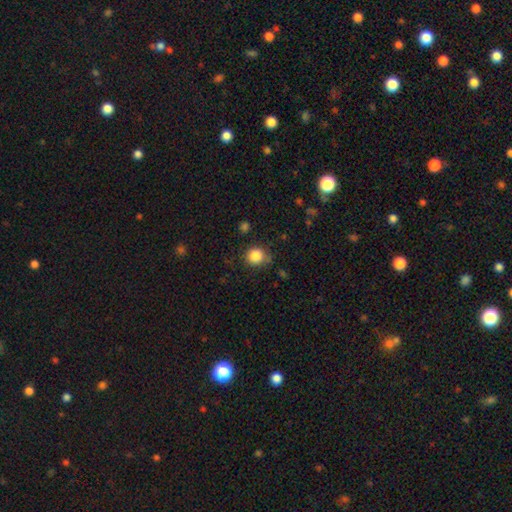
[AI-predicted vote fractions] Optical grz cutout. It shows a smooth galaxy with no disk features (85%) that is round (88%). Merging: none (77%).